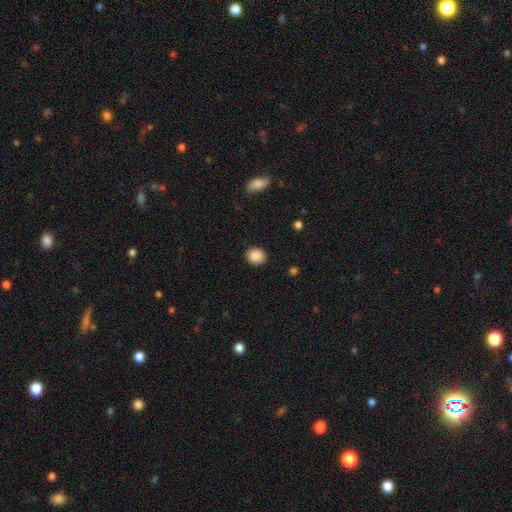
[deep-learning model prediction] Overall: smooth (88%). How rounded: round (79%). Merging: none (90%).